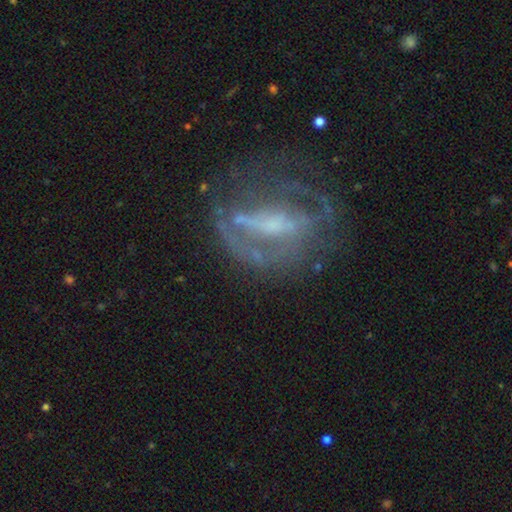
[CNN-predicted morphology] Smooth or featured? Predicted: featured or disk (p=0.74). Edge-on disk? Predicted: no (p=0.88). Bar? Predicted: strong (p=0.41). Spiral arms? Predicted: yes (p=0.56). Bulge size? Predicted: small (p=0.43). Merging? Predicted: none (p=0.57).